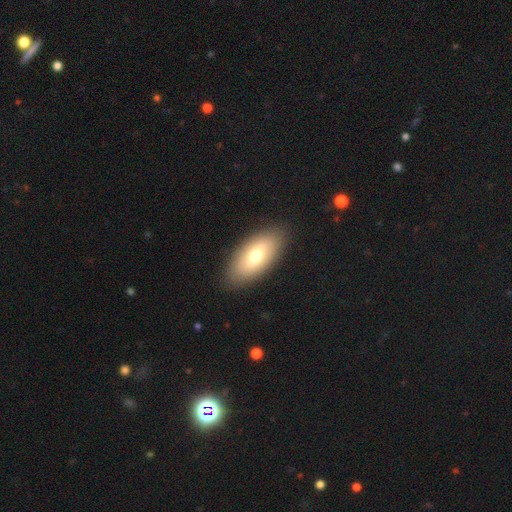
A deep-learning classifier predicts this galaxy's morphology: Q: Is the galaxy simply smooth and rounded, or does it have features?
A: smooth — 66%.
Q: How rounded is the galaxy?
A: in between — 90%.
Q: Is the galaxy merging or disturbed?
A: none — 88%.